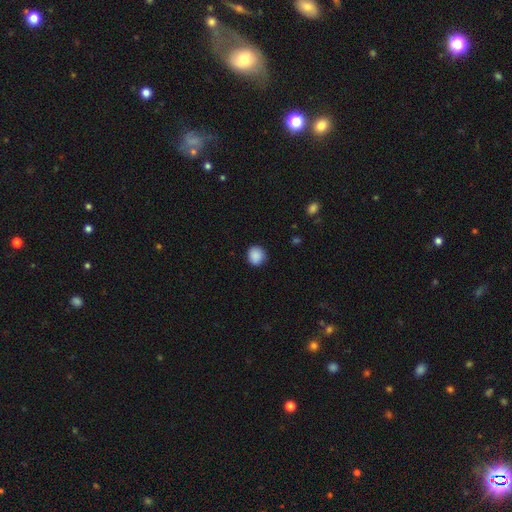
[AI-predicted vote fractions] Morphology: type=smooth (89%); roundness=round (89%); merging=none (88%).